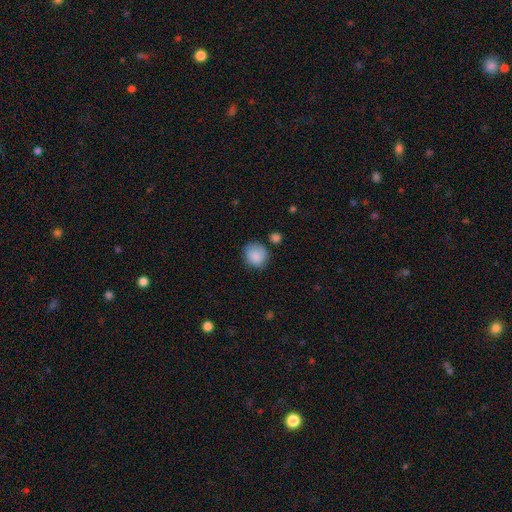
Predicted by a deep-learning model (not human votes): Smooth or featured?
  - smooth: 86% *
  - star or artifact: 8%
  - featured or disk: 7%
How rounded?
  - round: 81% *
  - in between: 18%
  - cigar-shaped: 1%
Merging?
  - none: 69% *
  - minor disturbance: 21%
  - major disturbance: 5%
  - merger: 5%